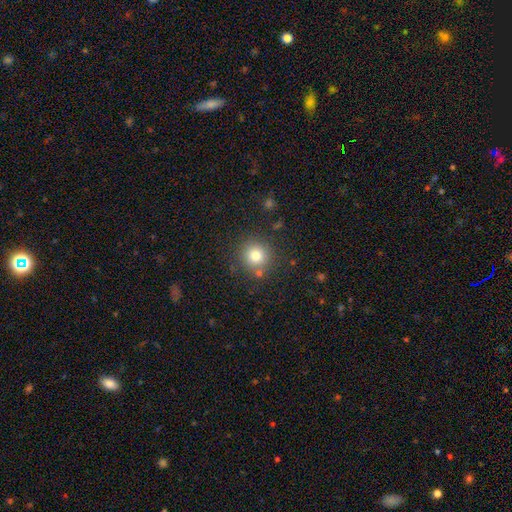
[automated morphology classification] Smooth or featured: smooth — 79% (star or artifact — 13%)
How rounded: round — 93% (in between — 6%)
Merging: none — 82% (minor disturbance — 9%)